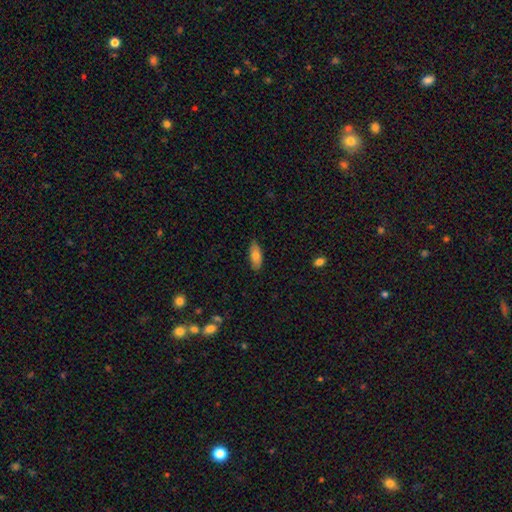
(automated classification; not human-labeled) smooth_or_featured: smooth (p=0.78) [alt: featured or disk p=0.16]
how_rounded: in between (p=0.82) [alt: cigar-shaped p=0.16]
merging: none (p=0.84) [alt: minor disturbance p=0.13]